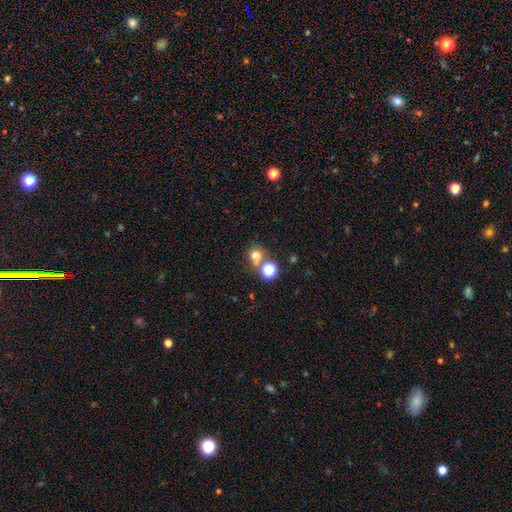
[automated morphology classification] Smooth or featured: smooth — 70% (star or artifact — 20%)
How rounded: round — 81% (in between — 18%)
Merging: none — 53% (merger — 34%)